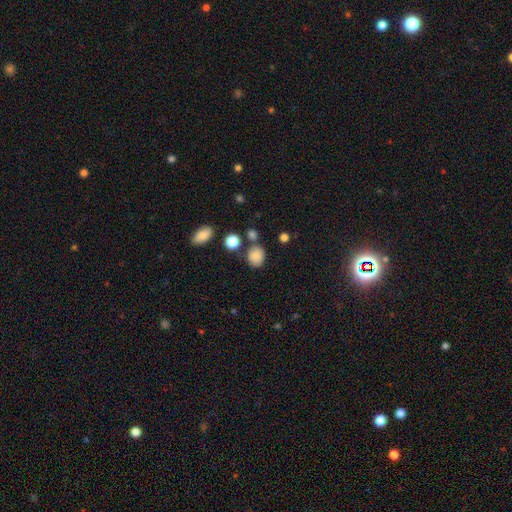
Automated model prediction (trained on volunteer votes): Q: Smooth or featured?
A: smooth (84%); runner-up: star or artifact (11%)
Q: How rounded?
A: round (65%); runner-up: in between (34%)
Q: Merging?
A: none (68%); runner-up: minor disturbance (15%)